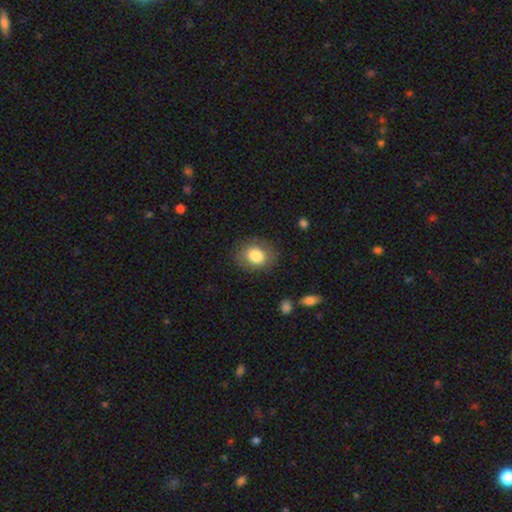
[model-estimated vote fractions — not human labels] Morphology: type=smooth (81%); roundness=in between (52%); merging=none (82%).